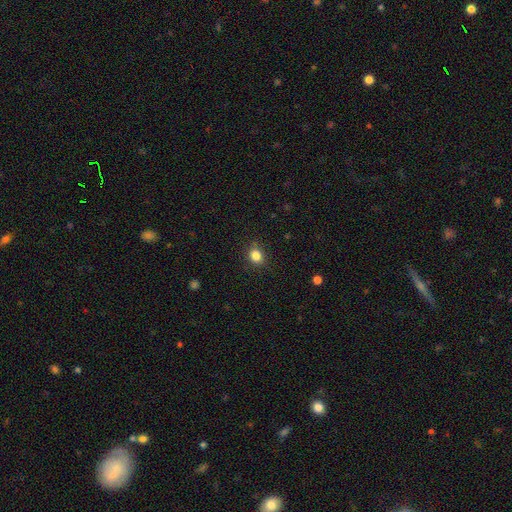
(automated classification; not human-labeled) The model was most divided on "how rounded": round: 60%, in between: 39%, cigar-shaped: 1%. More confident: merging — none (85%); smooth or featured — smooth (84%).